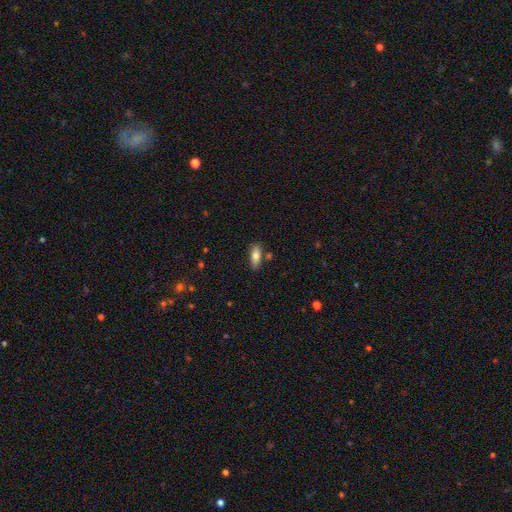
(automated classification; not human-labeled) A smooth galaxy with no disk features (79%) that is in between round and cigar-shaped (80%).

Vote fractions:
- Smooth or featured? smooth: 79% / featured or disk: 14% / star or artifact: 7%
- How rounded? in between: 80% / cigar-shaped: 18% / round: 3%
- Merging? none: 79% / minor disturbance: 13% / merger: 5% / major disturbance: 3%